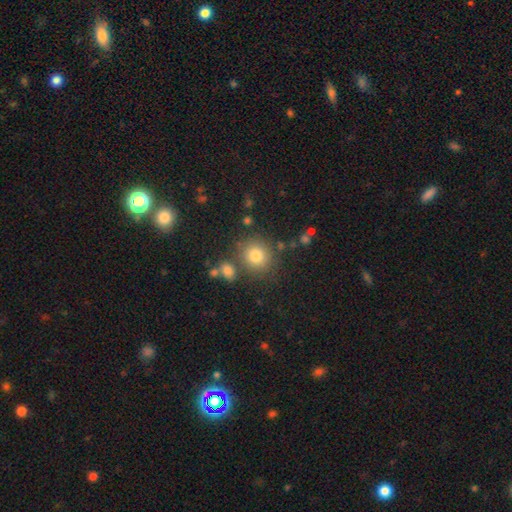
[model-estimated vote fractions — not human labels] Morphology: type=smooth (78%); roundness=round (87%); merging=none (78%).